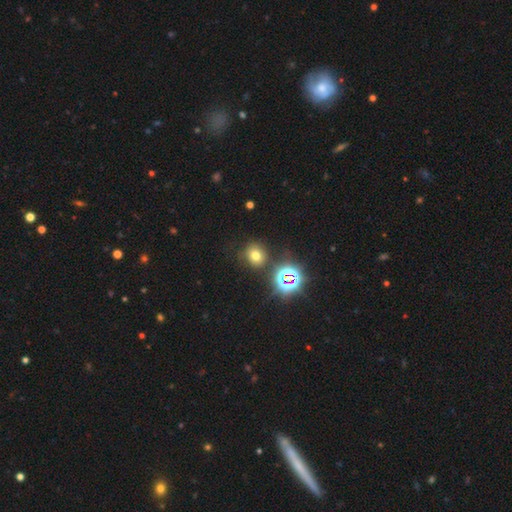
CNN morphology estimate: Smooth or featured: smooth — 63% (star or artifact — 27%)
How rounded: round — 81% (in between — 18%)
Merging: none — 80% (minor disturbance — 11%)